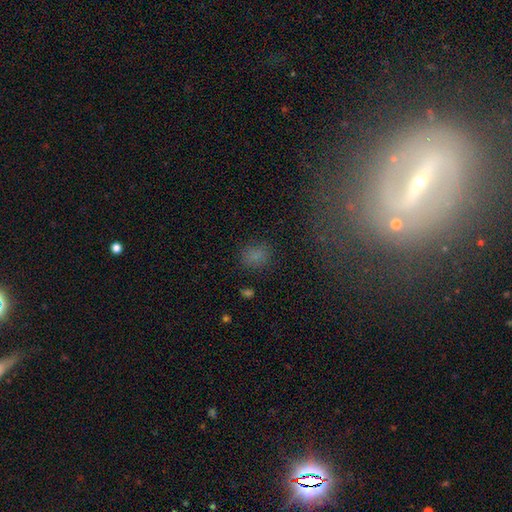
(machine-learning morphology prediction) This appears to be a smooth galaxy with no disk features (74%) that is round (55%). Merging: none (81%).